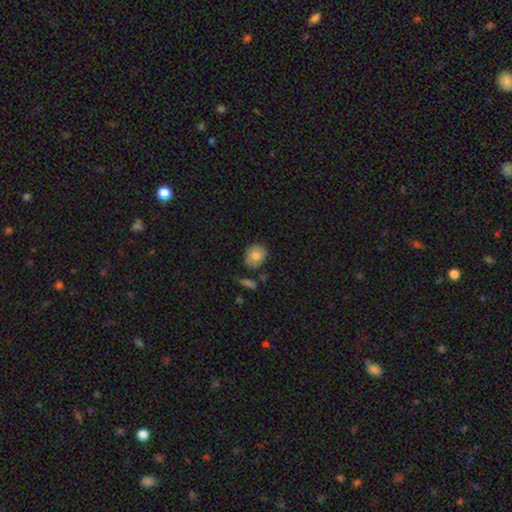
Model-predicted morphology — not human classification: Overall: smooth (80%). How rounded: round (70%). Merging: none (71%).